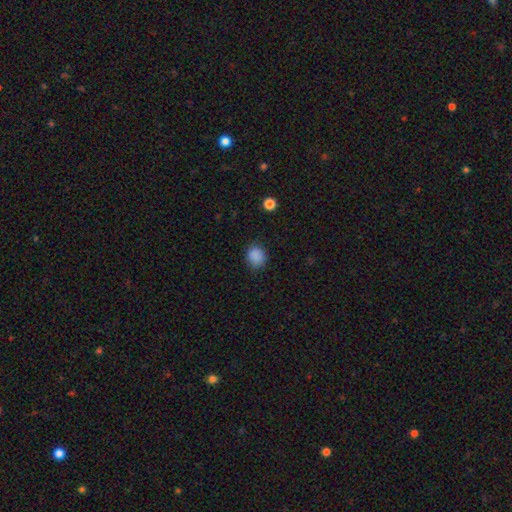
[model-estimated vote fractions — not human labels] This appears to be a smooth galaxy with no disk features (87%) that is round (73%). Merging: none (84%).